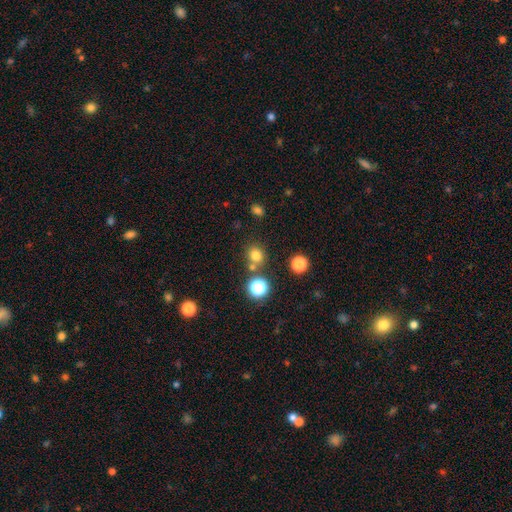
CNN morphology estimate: smooth 75%, star or artifact 18%, featured or disk 6%. Down the decision tree: how rounded — round (81%); merging — none (71%).